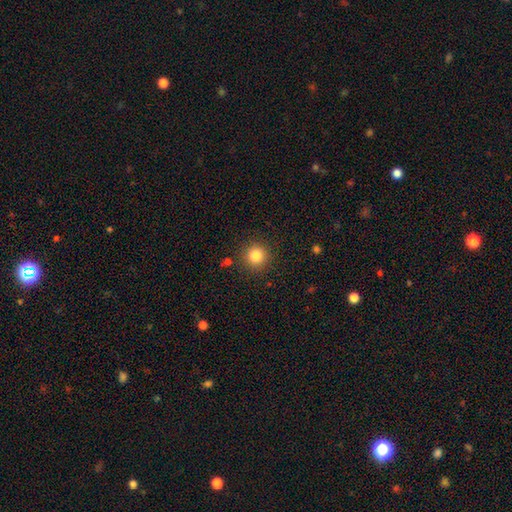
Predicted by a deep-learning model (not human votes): The model was most divided on "smooth or featured": smooth: 82%, star or artifact: 12%, featured or disk: 6%. More confident: how rounded — round (95%); merging — none (90%).